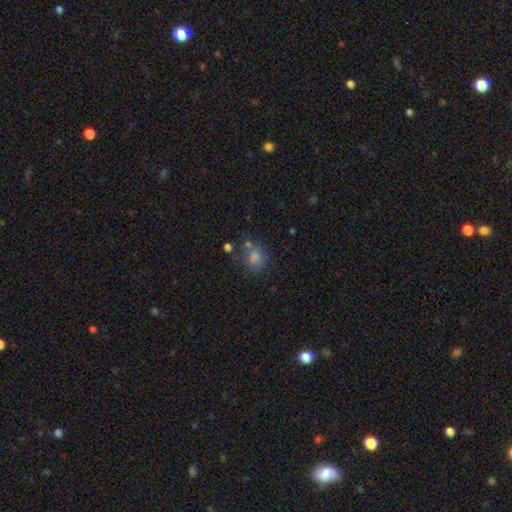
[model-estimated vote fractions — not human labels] Morphology: type=smooth (61%); roundness=round (67%); merging=none (59%).